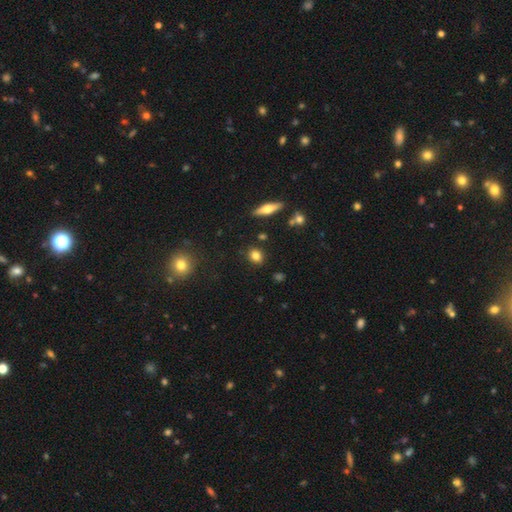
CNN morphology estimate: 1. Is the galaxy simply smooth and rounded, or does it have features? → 81% smooth, 10% star or artifact, 9% featured or disk.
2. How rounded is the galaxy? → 56% round, 41% in between, 3% cigar-shaped.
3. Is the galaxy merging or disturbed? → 86% none, 9% minor disturbance, 3% merger, 2% major disturbance.